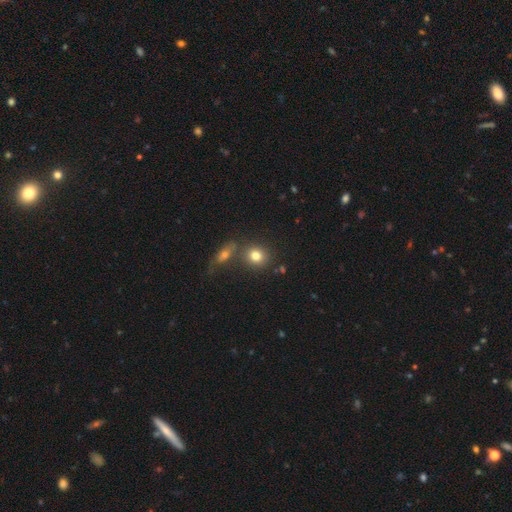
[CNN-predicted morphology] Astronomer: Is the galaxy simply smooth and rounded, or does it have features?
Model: smooth — 78%.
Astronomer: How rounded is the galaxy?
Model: round — 75%.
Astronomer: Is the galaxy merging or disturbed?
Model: none — 67%.